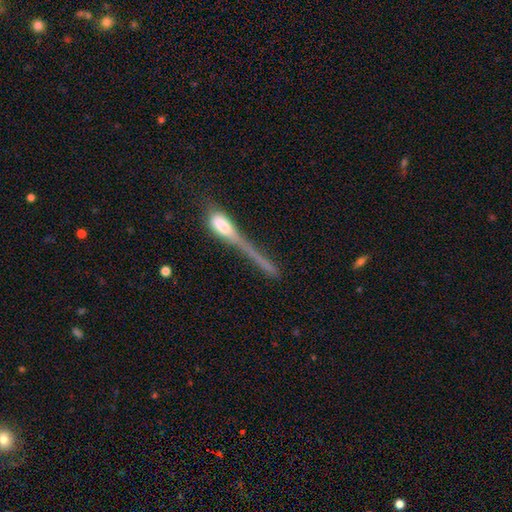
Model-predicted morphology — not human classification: Q: Smooth or featured?
A: featured or disk (48%); runner-up: smooth (35%)
Q: Merging?
A: none (35%); runner-up: major disturbance (31%)